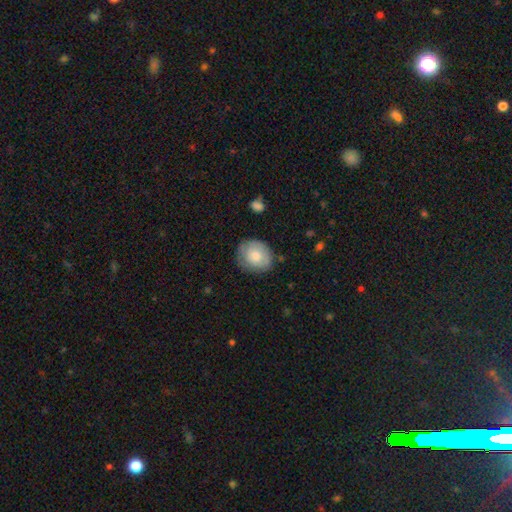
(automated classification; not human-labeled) This is likely a smooth galaxy (75%). How rounded: likely round (67%). Merging: likely none (73%).